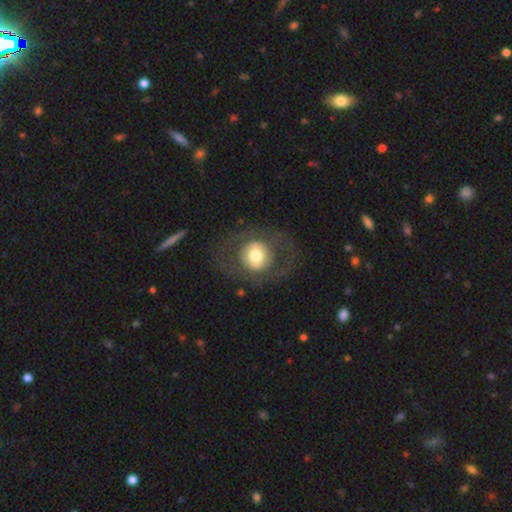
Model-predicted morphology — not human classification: A smooth galaxy with no disk features (49%).

Vote fractions:
- Smooth or featured? smooth: 49% / featured or disk: 43% / star or artifact: 8%
- Merging? none: 75% / major disturbance: 13% / minor disturbance: 11% / merger: 1%